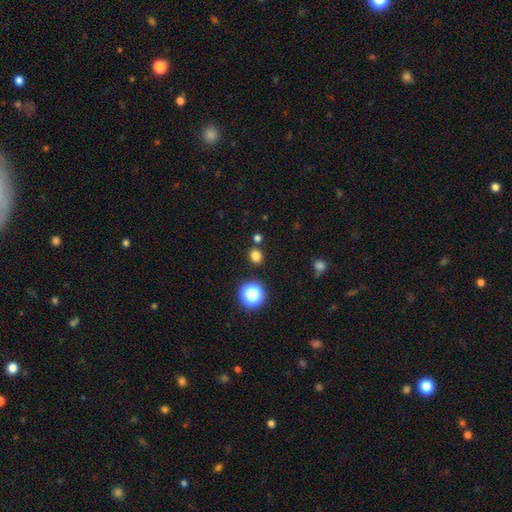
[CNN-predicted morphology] smooth-or-featured: smooth: 77% | star or artifact: 18% | featured or disk: 5%
  how-rounded: round: 69% | in between: 30% | cigar-shaped: 1%
  merging: none: 81% | minor disturbance: 8% | merger: 7% | major disturbance: 3%